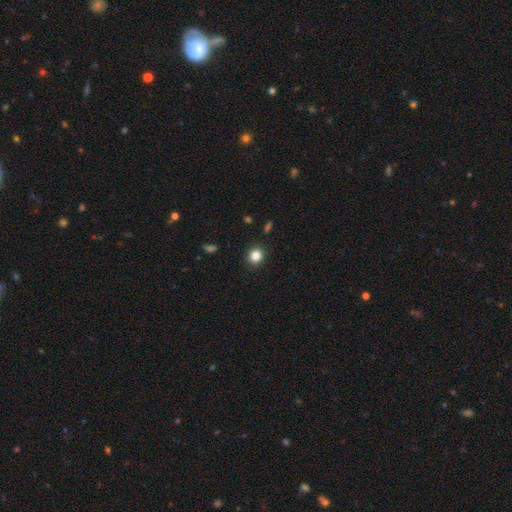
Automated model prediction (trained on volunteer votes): smooth_or_featured: smooth (p=0.83) [alt: star or artifact p=0.12]
how_rounded: round (p=0.82) [alt: in between p=0.17]
merging: none (p=0.91) [alt: minor disturbance p=0.06]